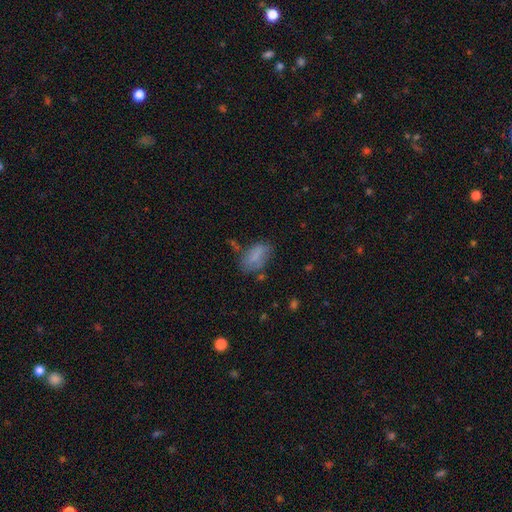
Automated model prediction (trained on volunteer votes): Morphology: type=smooth (74%); roundness=in between (90%); merging=none (50%).